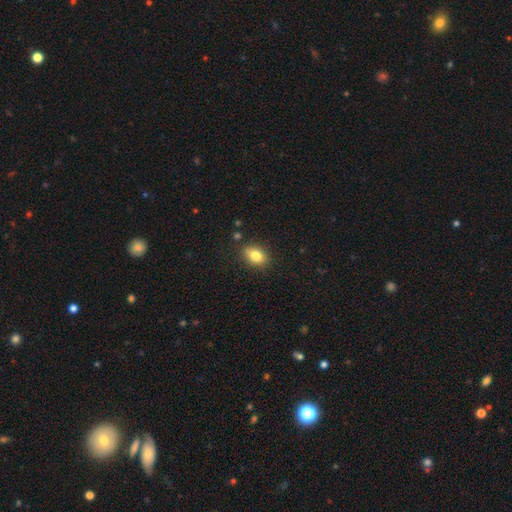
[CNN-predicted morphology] This is clearly a smooth galaxy (80%). How rounded: likely in between (74%). Merging: clearly none (82%).